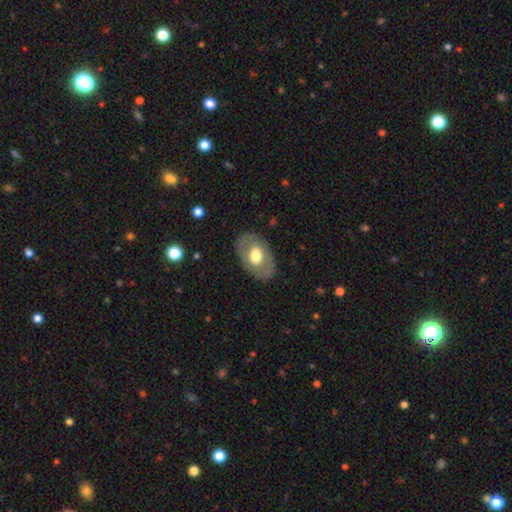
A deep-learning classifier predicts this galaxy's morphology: Smooth or featured? Predicted: smooth (p=0.52). How rounded? Predicted: in between (p=0.82). Merging? Predicted: none (p=0.82).